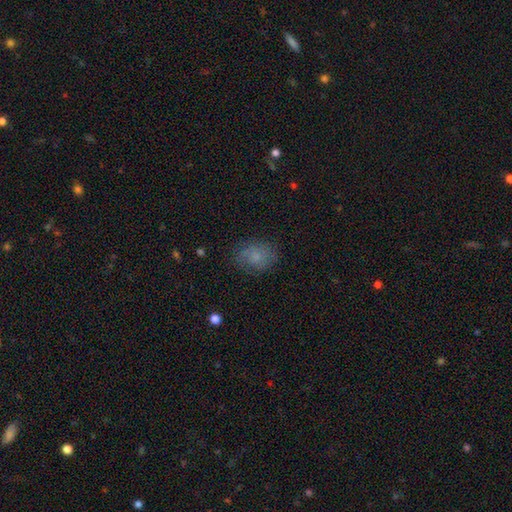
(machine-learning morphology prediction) Q: Smooth or featured?
A: smooth (66%); runner-up: featured or disk (23%)
Q: How rounded?
A: in between (58%); runner-up: round (41%)
Q: Merging?
A: none (72%); runner-up: minor disturbance (20%)